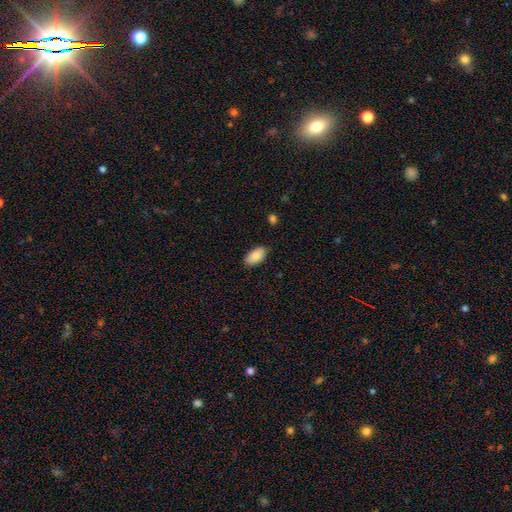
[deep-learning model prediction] Q: Smooth or featured?
A: smooth (85%); runner-up: featured or disk (8%)
Q: How rounded?
A: in between (94%); runner-up: cigar-shaped (3%)
Q: Merging?
A: none (85%); runner-up: minor disturbance (12%)